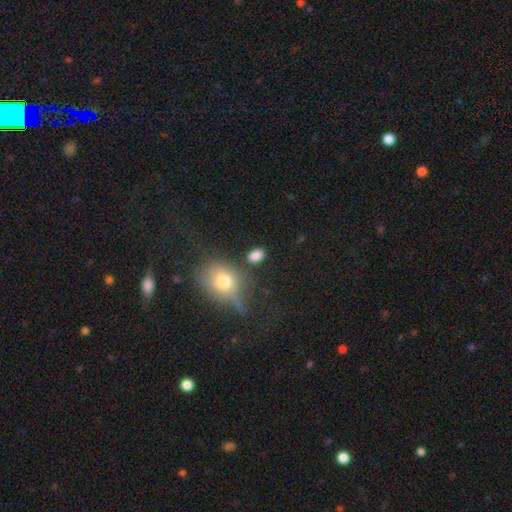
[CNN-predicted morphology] Smooth or featured: smooth — 84% (star or artifact — 10%)
How rounded: in between — 76% (round — 22%)
Merging: none — 77% (minor disturbance — 12%)